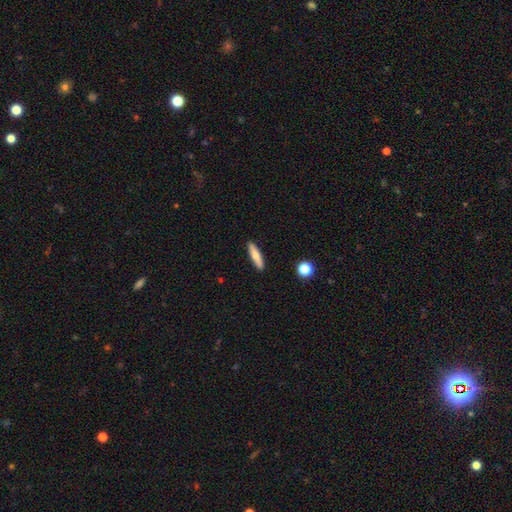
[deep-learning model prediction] This is likely a smooth galaxy (71%). How rounded: likely cigar-shaped (79%). Merging: clearly none (90%).